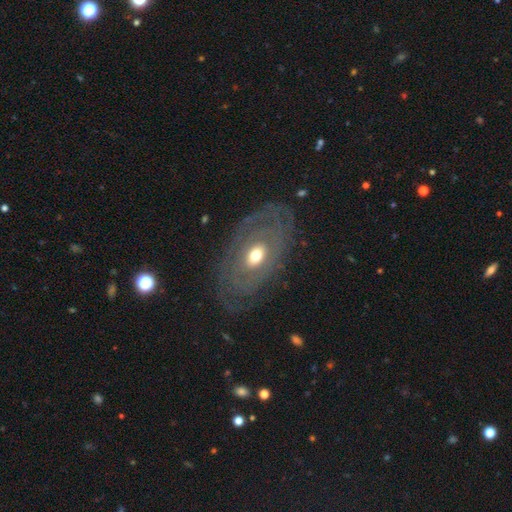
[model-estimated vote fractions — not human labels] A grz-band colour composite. It shows a featured or disk galaxy (68%) with no bar (81%), no spiral arms (55%) and a moderate central bulge (66%). Merging: none (75%).